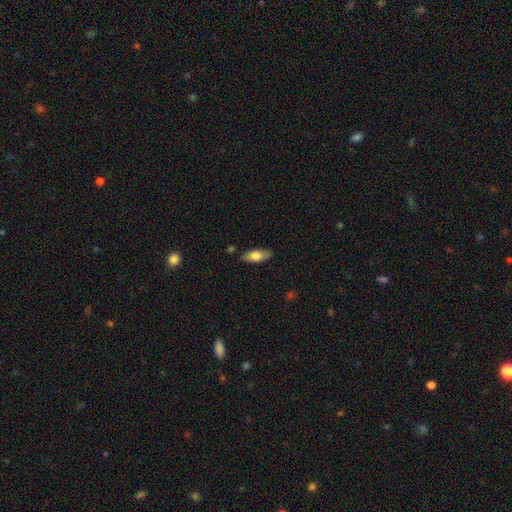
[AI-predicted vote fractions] Q: Smooth or featured?
A: smooth (73%); runner-up: featured or disk (21%)
Q: How rounded?
A: in between (78%); runner-up: cigar-shaped (19%)
Q: Merging?
A: none (82%); runner-up: minor disturbance (13%)